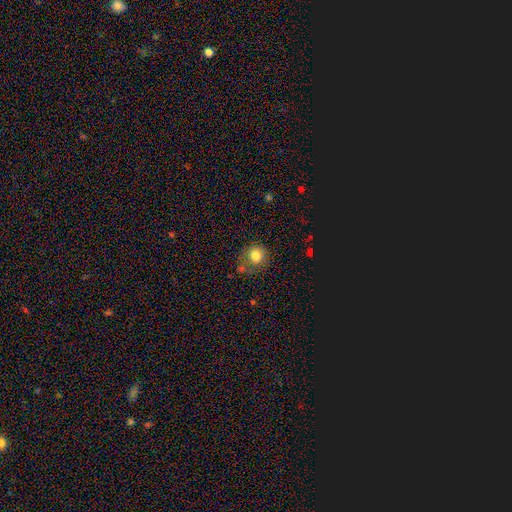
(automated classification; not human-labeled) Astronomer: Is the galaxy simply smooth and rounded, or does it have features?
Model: smooth — 81%.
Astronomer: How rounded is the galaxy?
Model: round — 84%.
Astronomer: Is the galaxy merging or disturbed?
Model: none — 63%.